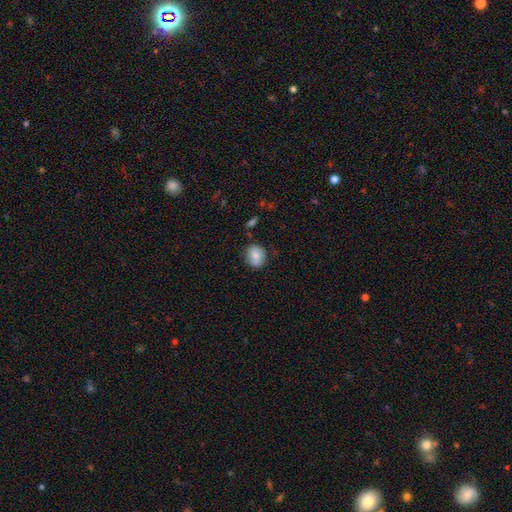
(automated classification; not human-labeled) Overall: smooth (78%). How rounded: round (72%). Merging: none (77%).